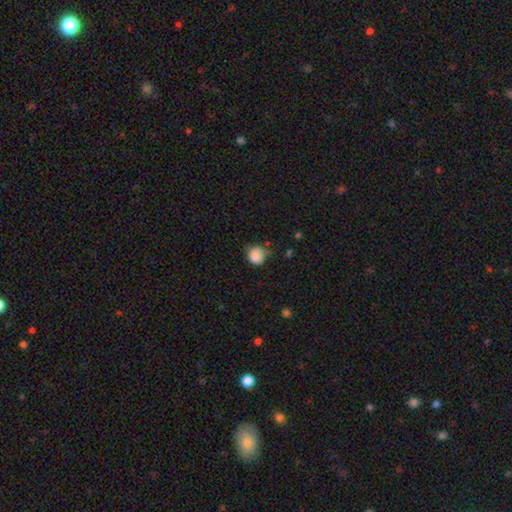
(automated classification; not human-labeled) A smooth galaxy with no disk features (87%) that is round (86%).

Vote fractions:
- Smooth or featured? smooth: 87% / star or artifact: 9% / featured or disk: 4%
- How rounded? round: 86% / in between: 13% / cigar-shaped: 1%
- Merging? none: 64% / minor disturbance: 28% / major disturbance: 6% / merger: 2%